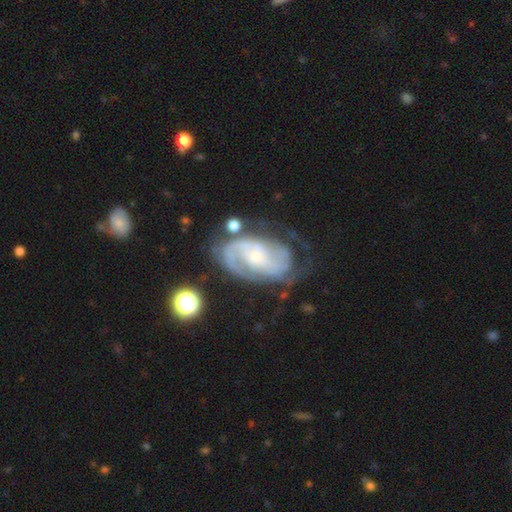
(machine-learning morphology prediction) smooth_or_featured: featured or disk (p=0.84) [alt: smooth p=0.10]
disk_edge_on: no (p=0.97) [alt: yes p=0.03]
bar: no (p=0.53) [alt: weak p=0.37]
has_spiral_arms: yes (p=0.94) [alt: no p=0.06]
spiral_winding: tight (p=0.45) [alt: medium p=0.41]
spiral_arm_count: 2 (p=0.55) [alt: can't tell p=0.23]
bulge_size: small (p=0.64) [alt: moderate p=0.28]
merging: none (p=0.54) [alt: minor disturbance p=0.23]